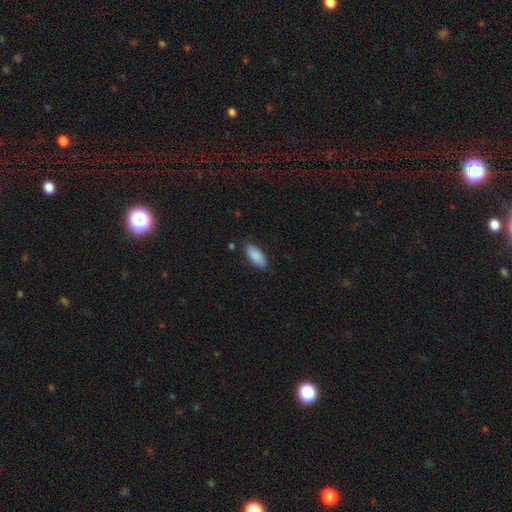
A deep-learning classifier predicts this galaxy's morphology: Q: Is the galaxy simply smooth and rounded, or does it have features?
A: smooth — 89%.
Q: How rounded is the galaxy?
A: in between — 81%.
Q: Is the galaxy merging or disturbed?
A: none — 85%.